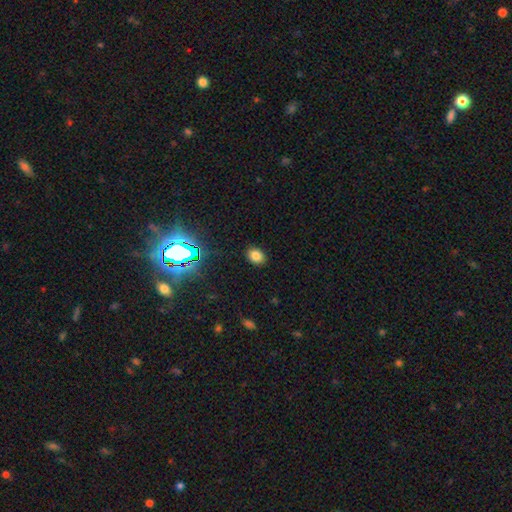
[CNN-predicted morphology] This appears to be a smooth galaxy with no disk features (77%) that is in between round and cigar-shaped (63%). Merging: none (88%).